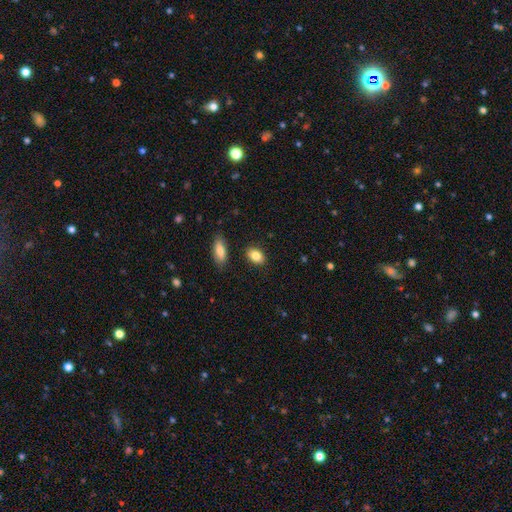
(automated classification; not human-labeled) Smooth or featured? smooth (84%)
How rounded? in between (83%)
Merging? none (86%)